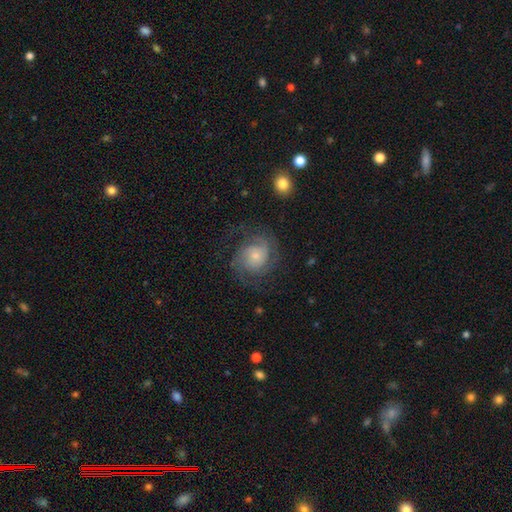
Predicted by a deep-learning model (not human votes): This appears to be a featured or disk galaxy (77%) with no bar (74%), 2 (46%) tight (44%) spiral arms (95%) and a small central bulge (62%). Merging: none (67%).